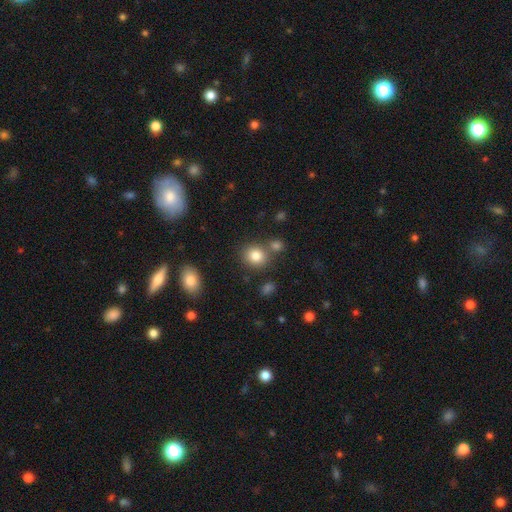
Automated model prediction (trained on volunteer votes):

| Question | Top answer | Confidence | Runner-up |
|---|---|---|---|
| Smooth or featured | smooth | 82% | star or artifact (11%) |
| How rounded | round | 77% | in between (22%) |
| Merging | none | 72% | merger (14%) |